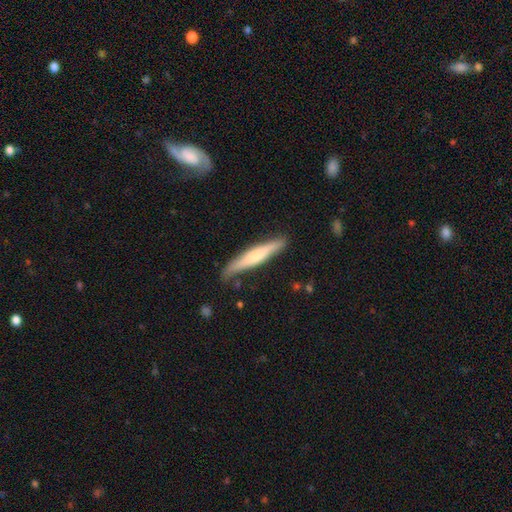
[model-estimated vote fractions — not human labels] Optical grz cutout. It shows a smooth galaxy with no disk features (52%) that is cigar-shaped (92%). Merging: none (82%).